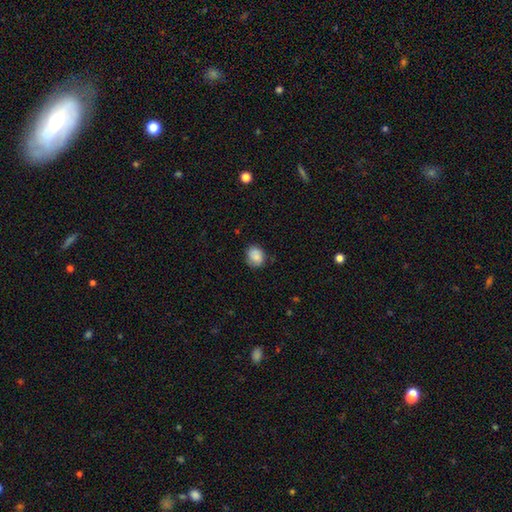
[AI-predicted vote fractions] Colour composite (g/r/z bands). It shows a smooth galaxy with no disk features (84%) that is round (56%). Merging: none (72%).